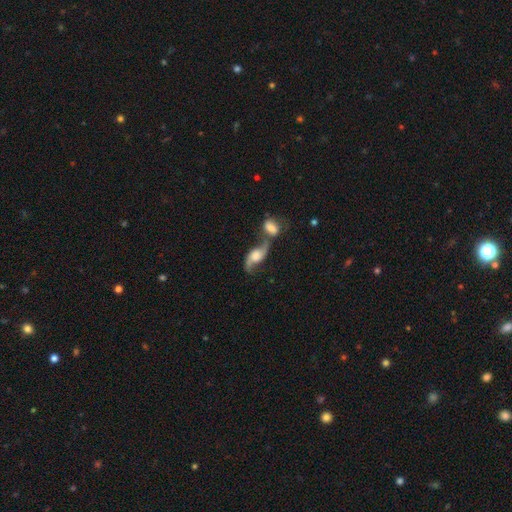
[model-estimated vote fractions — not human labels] Smooth or featured? Predicted: featured or disk (p=0.76). Edge-on disk? Predicted: no (p=0.90). Bar? Predicted: no (p=0.58). Spiral arms? Predicted: yes (p=0.93). Spiral winding? Predicted: loose (p=0.79). Spiral arm count? Predicted: 2 (p=0.91). Bulge size? Predicted: large (p=0.37). Merging? Predicted: merger (p=0.52).